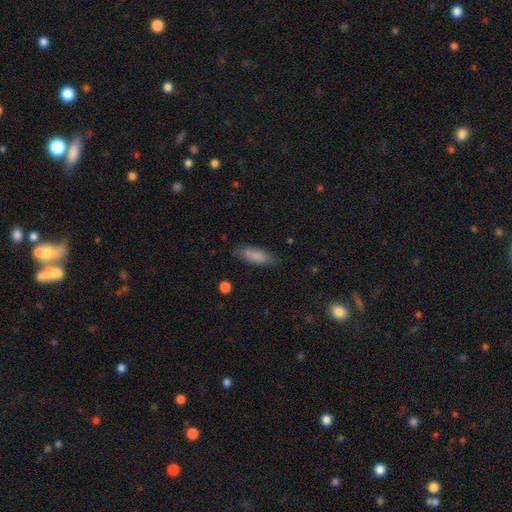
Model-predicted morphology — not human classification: smooth-or-featured: smooth: 83% | featured or disk: 10% | star or artifact: 7%
  how-rounded: in between: 58% | cigar-shaped: 40% | round: 2%
  merging: none: 78% | minor disturbance: 16% | major disturbance: 4% | merger: 2%